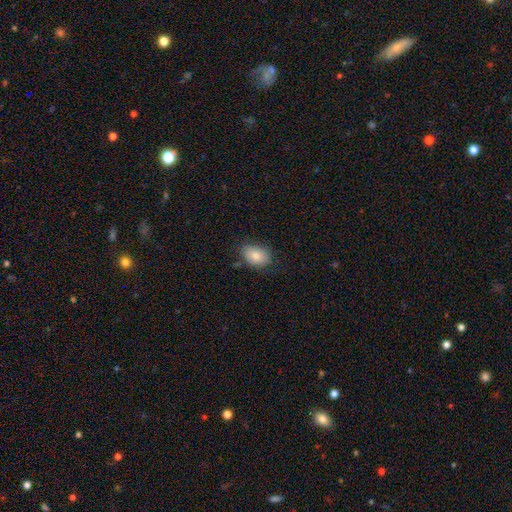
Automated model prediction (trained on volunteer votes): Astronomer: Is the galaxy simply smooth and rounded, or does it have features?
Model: smooth — 83%.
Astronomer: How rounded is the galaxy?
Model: in between — 82%.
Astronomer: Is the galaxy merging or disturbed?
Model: none — 76%.